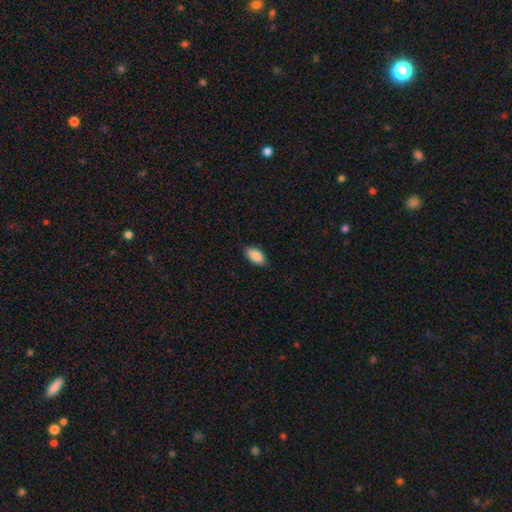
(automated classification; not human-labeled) smooth 88%, star or artifact 7%, featured or disk 5%. Down the decision tree: how rounded — in between (93%); merging — none (83%).